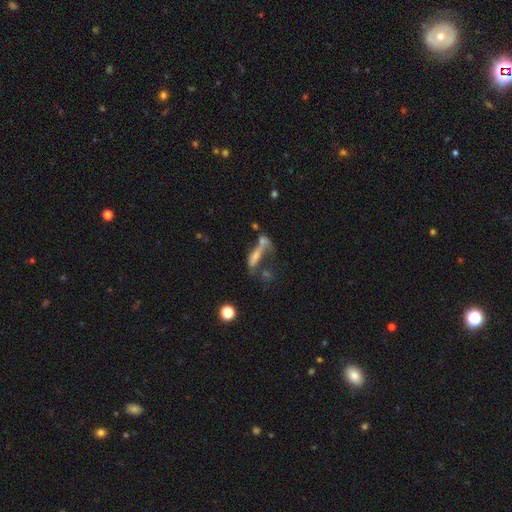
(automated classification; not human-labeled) This appears to be a featured or disk galaxy (47%). Merging: merger (41%).